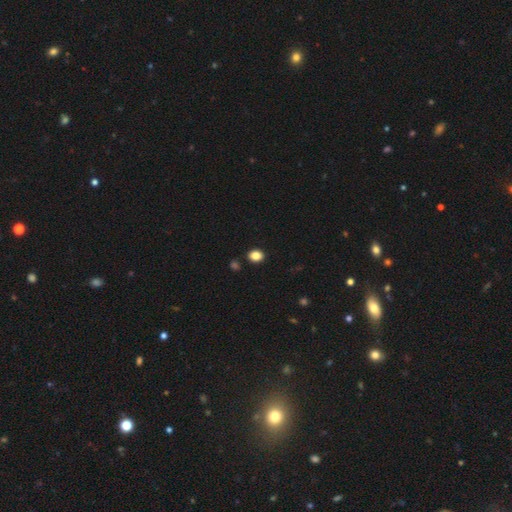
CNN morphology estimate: Overall: smooth (85%). How rounded: round (51%; in between 48%). Merging: none (89%).